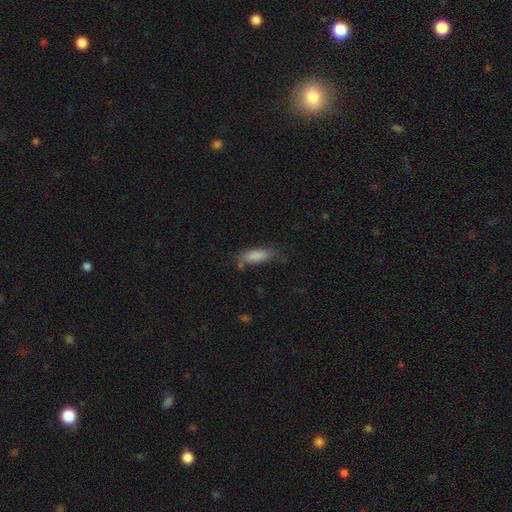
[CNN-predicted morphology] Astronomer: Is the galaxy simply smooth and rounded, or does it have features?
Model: smooth — 85%.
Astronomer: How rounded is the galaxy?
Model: in between — 57% (runner-up: cigar-shaped, 42%).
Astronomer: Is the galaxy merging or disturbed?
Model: none — 67%.